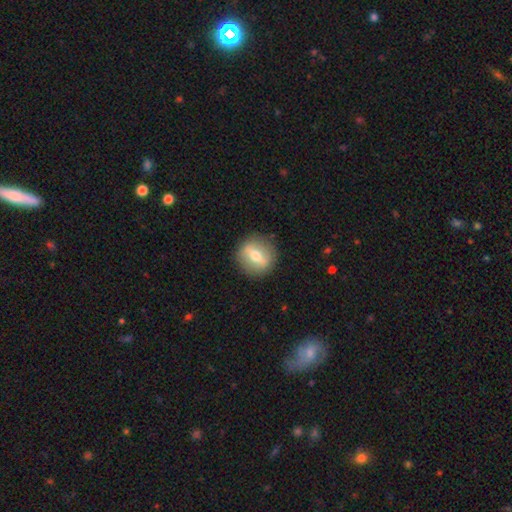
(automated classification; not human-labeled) Morphology: type=featured or disk (48%); merging=none (88%).